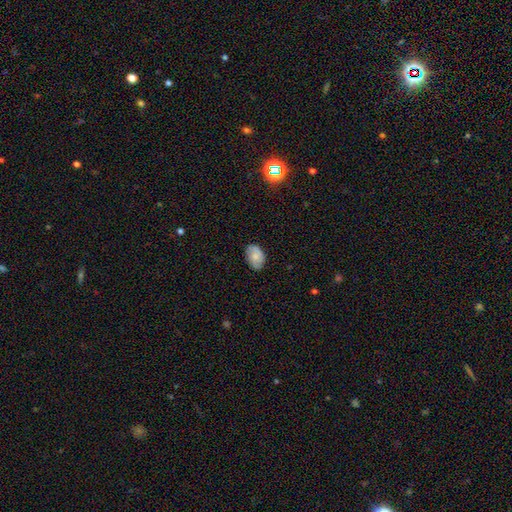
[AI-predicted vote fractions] Smooth or featured? Predicted: smooth (p=0.53). How rounded? Predicted: in between (p=0.85). Merging? Predicted: none (p=0.78).